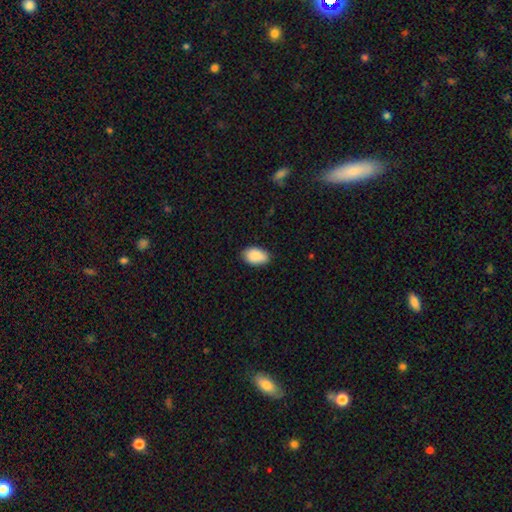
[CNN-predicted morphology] Smooth or featured? smooth (89%)
How rounded? in between (91%)
Merging? none (81%)